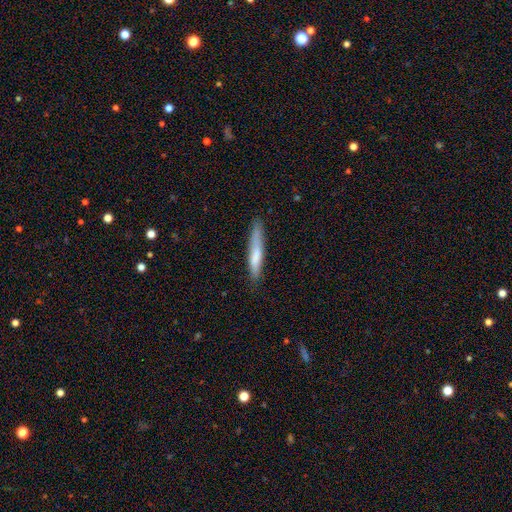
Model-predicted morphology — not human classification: This appears to be a smooth galaxy with no disk features (71%) that is cigar-shaped (92%). Merging: none (80%).